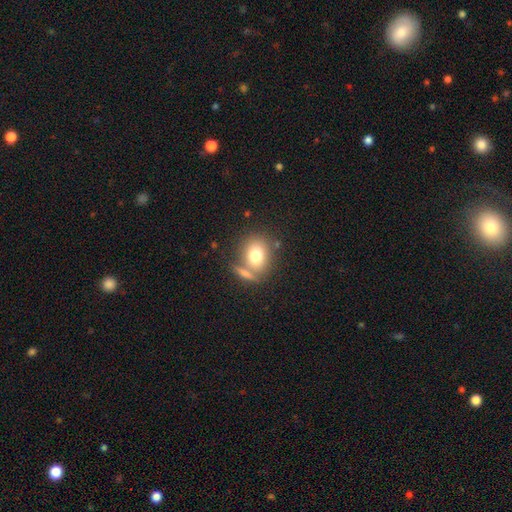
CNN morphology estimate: A smooth galaxy with no disk features (75%) that is round (53%).

Vote fractions:
- Smooth or featured? smooth: 75% / featured or disk: 15% / star or artifact: 10%
- How rounded? round: 53% / in between: 45% / cigar-shaped: 2%
- Merging? none: 58% / merger: 24% / minor disturbance: 12% / major disturbance: 5%